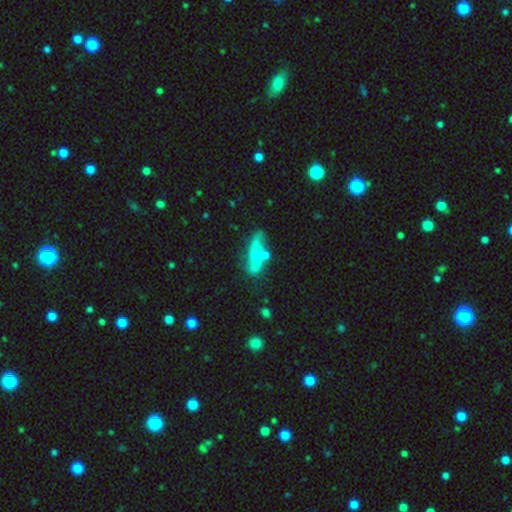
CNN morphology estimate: smooth-or-featured: featured or disk: 52% | smooth: 38% | star or artifact: 10%
  disk-edge-on: no: 76% | yes: 24%
  merging: none: 43% | minor disturbance: 23% | merger: 22% | major disturbance: 13%